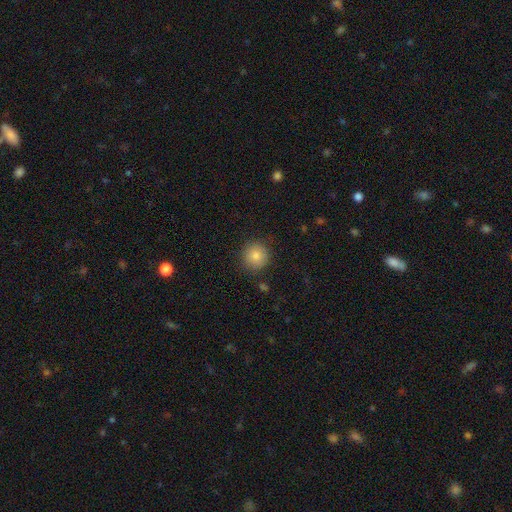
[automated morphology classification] A smooth galaxy with no disk features (82%) that is round (93%).

Vote fractions:
- Smooth or featured? smooth: 82% / star or artifact: 10% / featured or disk: 7%
- How rounded? round: 93% / in between: 6% / cigar-shaped: 1%
- Merging? none: 89% / minor disturbance: 8% / major disturbance: 2% / merger: 1%